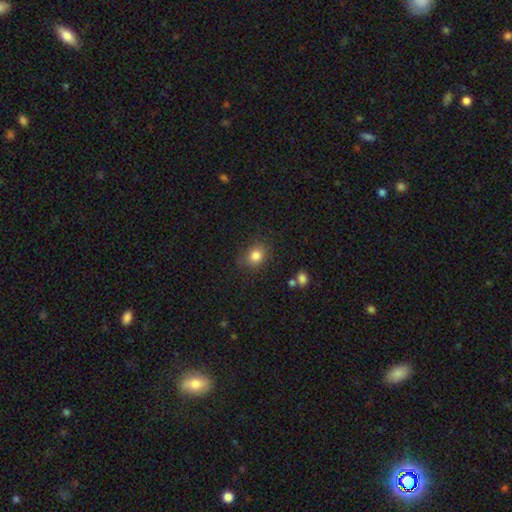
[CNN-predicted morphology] Overall: smooth (83%). How rounded: round (62%; in between 37%). Merging: none (78%).